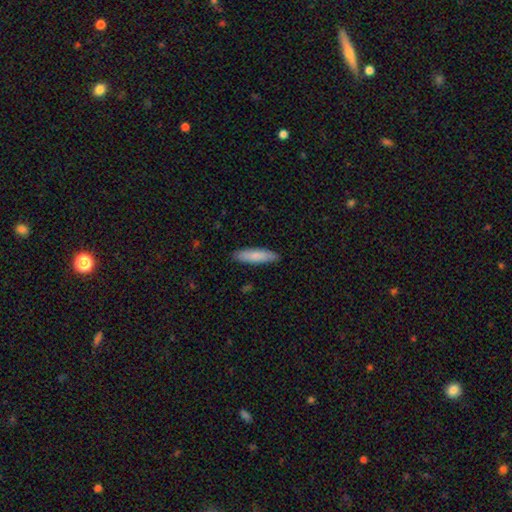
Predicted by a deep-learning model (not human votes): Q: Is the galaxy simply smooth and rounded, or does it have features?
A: smooth — 82%.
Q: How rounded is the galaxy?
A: cigar-shaped — 69%.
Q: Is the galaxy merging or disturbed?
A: none — 88%.